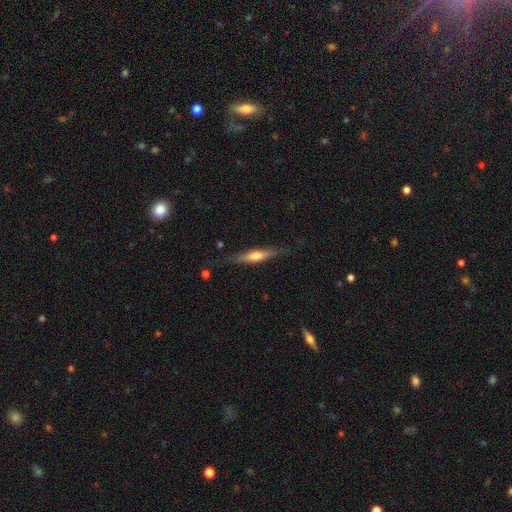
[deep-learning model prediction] This is possibly a featured or disk galaxy (55%). It is clearly viewed edge-on (94%). Edge-on bulge: likely rounded (80%). Merging: likely none (78%).